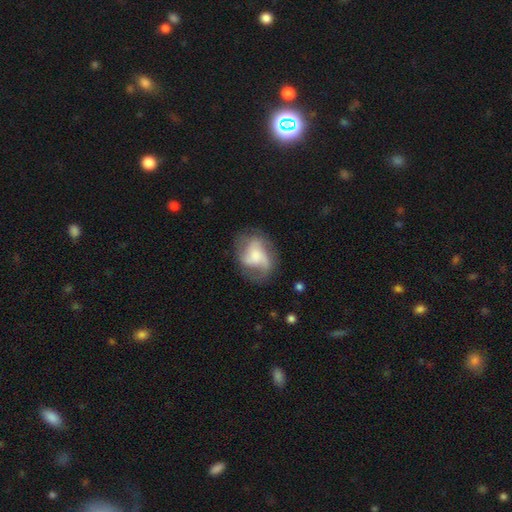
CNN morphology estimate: Q: Smooth or featured?
A: featured or disk (65%); runner-up: smooth (26%)
Q: Edge-on disk?
A: no (98%); runner-up: yes (2%)
Q: Bar?
A: no (63%); runner-up: weak (29%)
Q: Spiral arms?
A: yes (89%); runner-up: no (11%)
Q: Spiral winding?
A: medium (43%); runner-up: loose (41%)
Q: Spiral arm count?
A: 3 (42%); runner-up: 2 (24%)
Q: Bulge size?
A: moderate (30%); runner-up: large (25%)
Q: Merging?
A: none (57%); runner-up: major disturbance (20%)